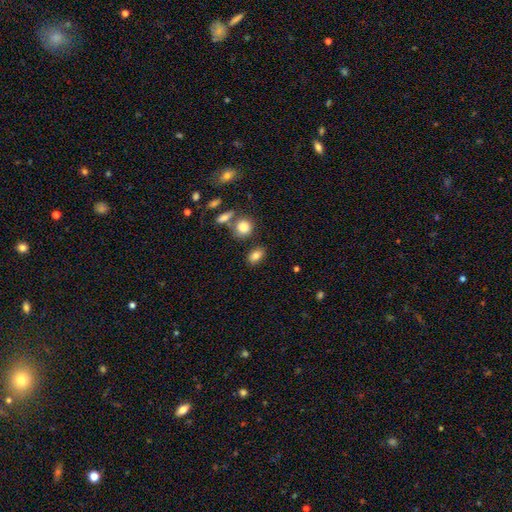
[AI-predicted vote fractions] smooth-or-featured: smooth: 82% | star or artifact: 10% | featured or disk: 8%
  how-rounded: in between: 81% | round: 16% | cigar-shaped: 3%
  merging: none: 79% | minor disturbance: 11% | merger: 7% | major disturbance: 3%